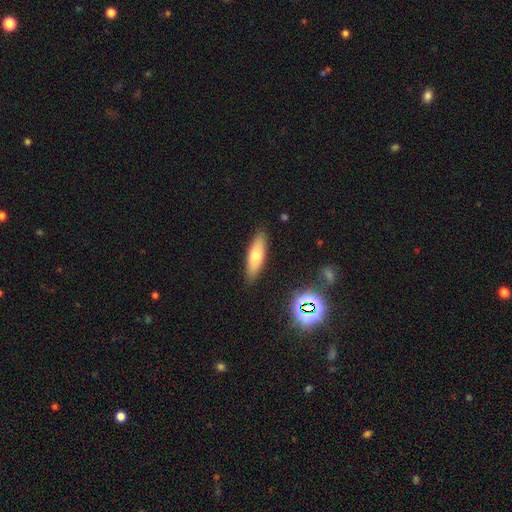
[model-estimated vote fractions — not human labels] Smooth or featured? Predicted: smooth (p=0.69). How rounded? Predicted: in between (p=0.50). Merging? Predicted: none (p=0.87).